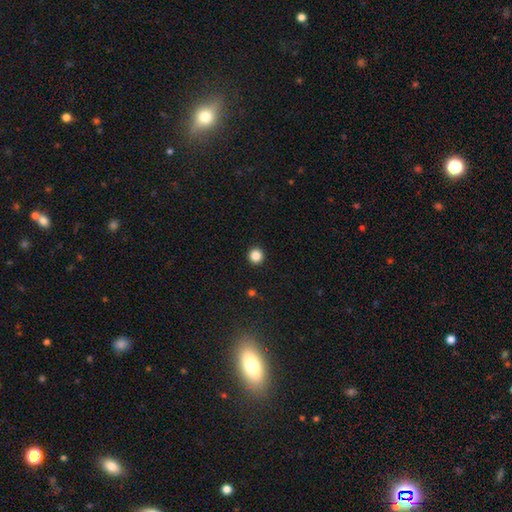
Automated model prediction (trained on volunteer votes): A smooth galaxy with no disk features (86%) that is round (95%).

Vote fractions:
- Smooth or featured? smooth: 86% / star or artifact: 11% / featured or disk: 3%
- How rounded? round: 95% / in between: 4% / cigar-shaped: 1%
- Merging? none: 94% / minor disturbance: 4% / major disturbance: 1% / merger: 1%